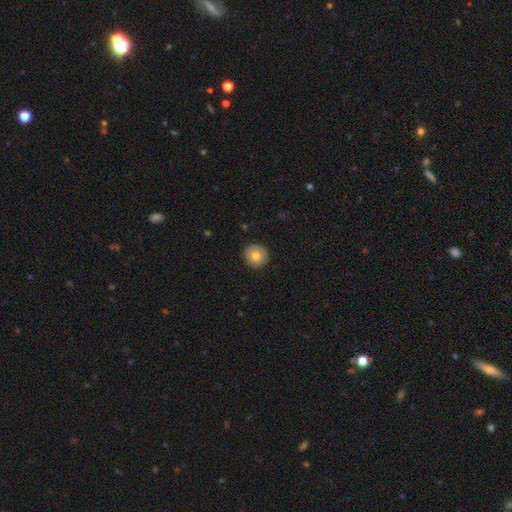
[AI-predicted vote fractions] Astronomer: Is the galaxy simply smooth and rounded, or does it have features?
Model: smooth — 78%.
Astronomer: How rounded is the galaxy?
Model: round — 93%.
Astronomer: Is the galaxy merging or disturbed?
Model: none — 91%.